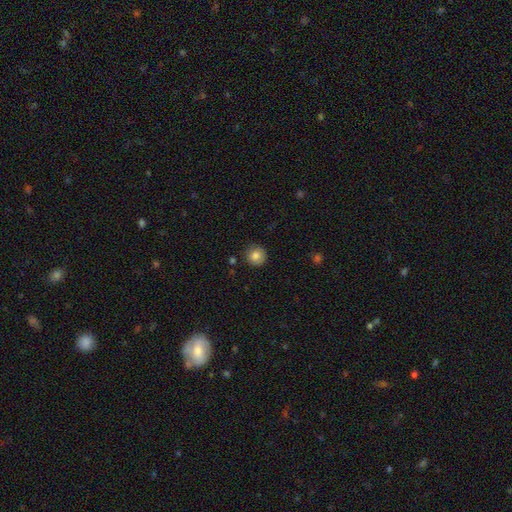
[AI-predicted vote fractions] Smooth or featured? smooth (82%)
How rounded? round (94%)
Merging? none (88%)